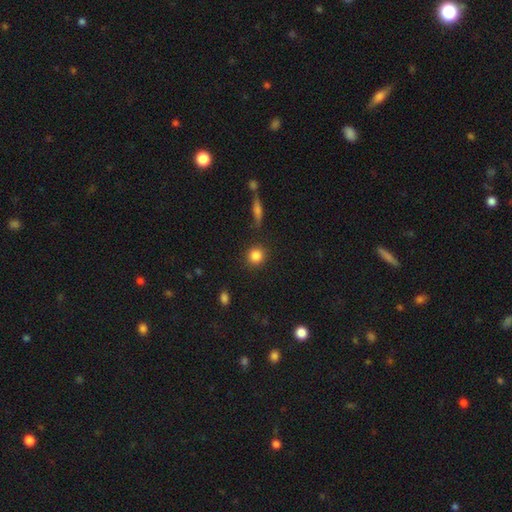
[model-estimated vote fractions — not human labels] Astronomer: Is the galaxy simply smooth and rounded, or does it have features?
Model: smooth — 85%.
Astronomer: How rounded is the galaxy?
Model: round — 90%.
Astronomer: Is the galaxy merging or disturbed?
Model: none — 88%.